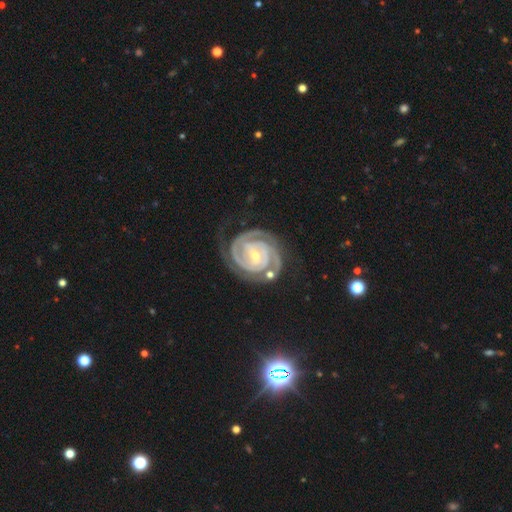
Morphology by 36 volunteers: Smooth or featured: featured or disk — 94% (smooth — 3%)
Edge-on disk: no — 97% (yes — 3%)
Bar: weak — 48% (no — 36%)
Spiral arms: yes — 97% (no — 3%)
Spiral winding: tight — 75% (medium — 25%)
Spiral arm count: 2 — 72% (3 — 19%)
Bulge size: small — 67% (moderate — 33%)
Merging: none — 69% (minor disturbance — 14%)